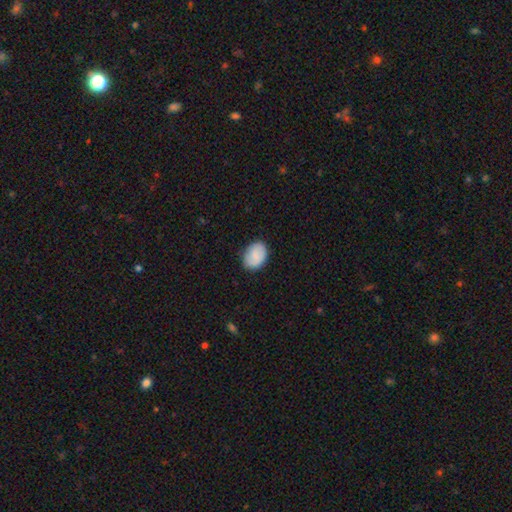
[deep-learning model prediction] This is likely a smooth galaxy (72%). How rounded: likely in between (76%). Merging: clearly none (84%).